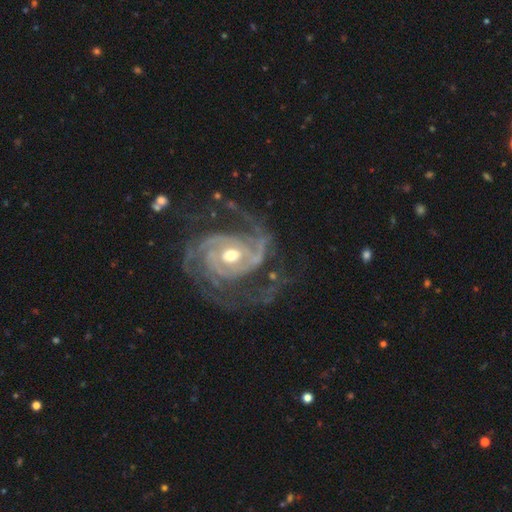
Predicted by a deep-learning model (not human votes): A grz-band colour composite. It shows a featured or disk galaxy (93%) with no bar (48%), 3 (34%) tight (52%) spiral arms (98%) and a moderate central bulge (68%). Merging: none (63%).